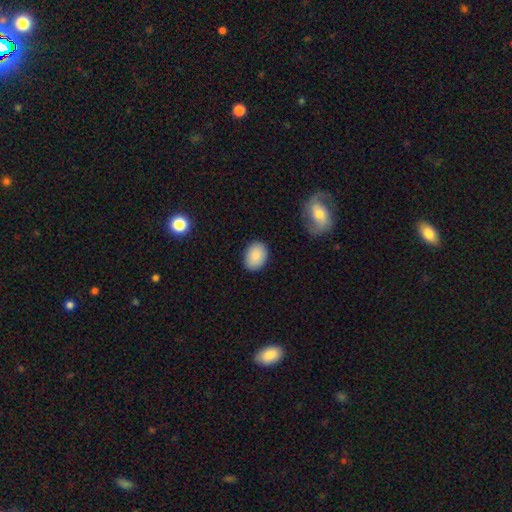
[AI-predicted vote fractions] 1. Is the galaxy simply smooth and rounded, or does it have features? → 88% smooth, 7% star or artifact, 5% featured or disk.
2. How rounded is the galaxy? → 75% in between, 24% round, 1% cigar-shaped.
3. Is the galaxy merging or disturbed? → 87% none, 10% minor disturbance, 2% major disturbance, 1% merger.